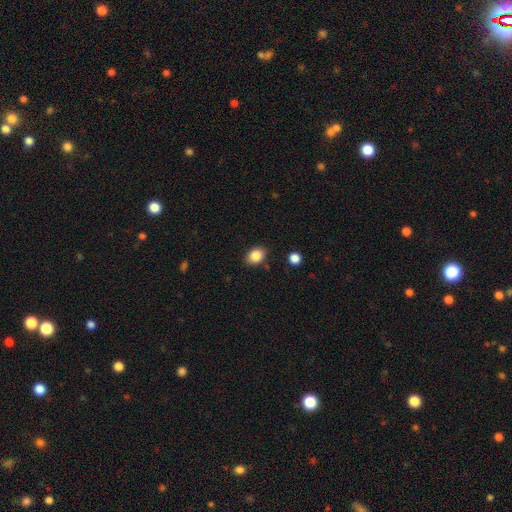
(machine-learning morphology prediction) Smooth or featured? Predicted: smooth (p=0.87). How rounded? Predicted: in between (p=0.65). Merging? Predicted: none (p=0.84).